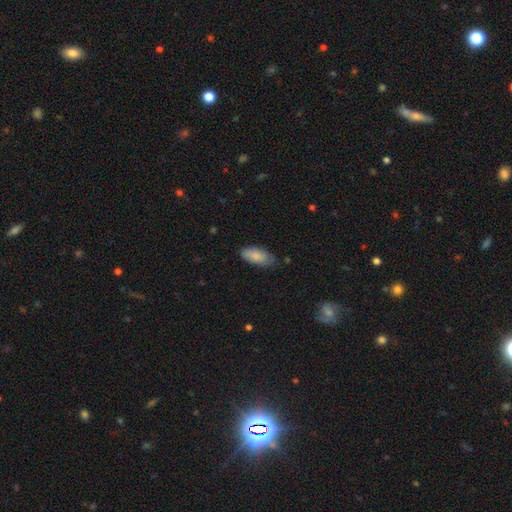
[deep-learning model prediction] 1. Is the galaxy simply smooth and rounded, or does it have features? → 84% smooth, 10% featured or disk, 6% star or artifact.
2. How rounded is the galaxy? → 88% in between, 10% cigar-shaped, 2% round.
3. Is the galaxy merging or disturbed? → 74% none, 21% minor disturbance, 4% major disturbance, 2% merger.